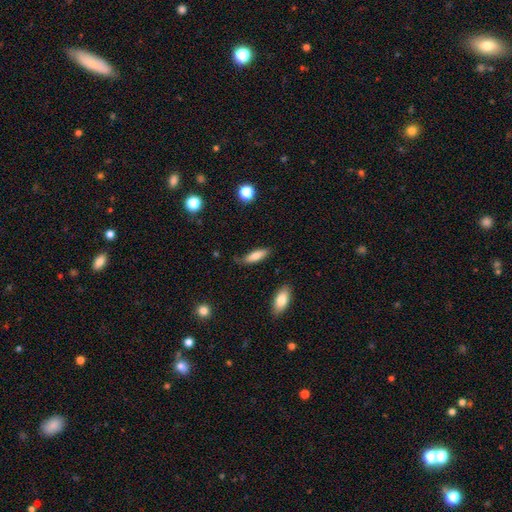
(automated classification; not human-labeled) Smooth or featured? smooth (78%)
How rounded? cigar-shaped (50%)
Merging? none (75%)